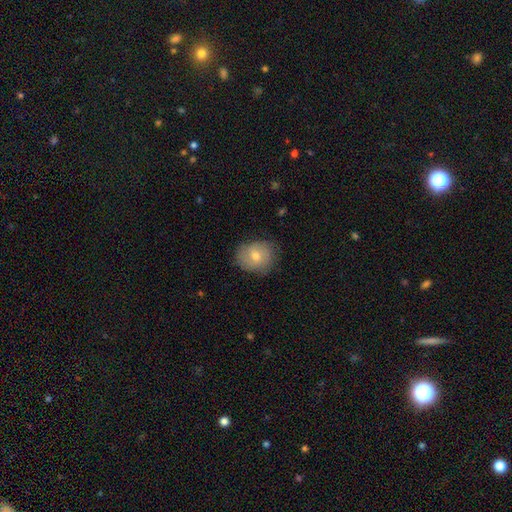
A smooth galaxy with no disk features (51%) that is round (80%).

Vote fractions:
- Smooth or featured? smooth: 51% / featured or disk: 38% / star or artifact: 10%
- How rounded? round: 80% / in between: 20% / cigar-shaped: 0%
- Merging? none: 80% / minor disturbance: 17% / major disturbance: 3% / merger: 0%